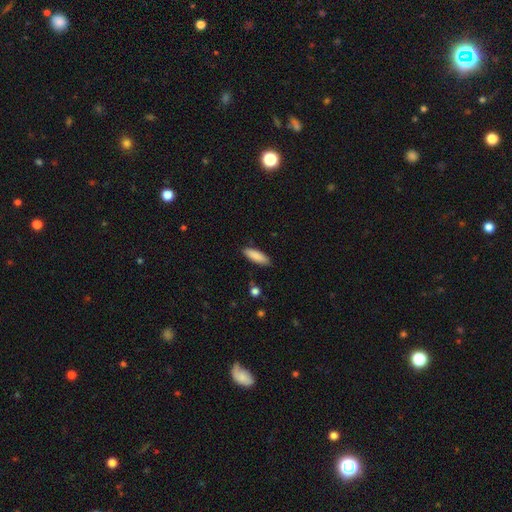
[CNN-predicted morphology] Smooth or featured?
  - smooth: 88% *
  - star or artifact: 6%
  - featured or disk: 6%
How rounded?
  - in between: 58% *
  - cigar-shaped: 41%
  - round: 2%
Merging?
  - none: 84% *
  - minor disturbance: 12%
  - major disturbance: 2%
  - merger: 2%